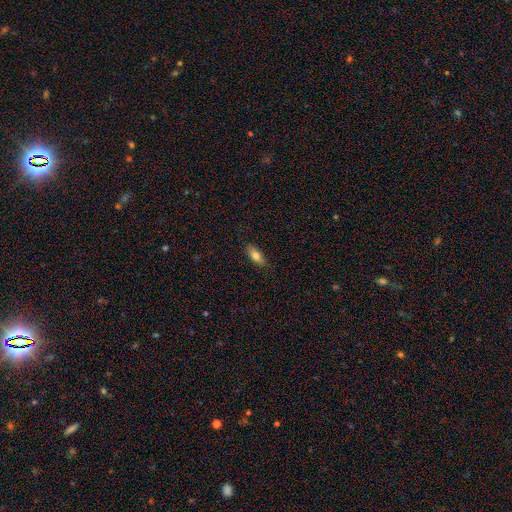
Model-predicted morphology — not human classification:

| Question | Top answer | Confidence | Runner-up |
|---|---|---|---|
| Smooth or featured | smooth | 79% | featured or disk (14%) |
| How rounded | in between | 78% | cigar-shaped (19%) |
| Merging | none | 86% | minor disturbance (11%) |